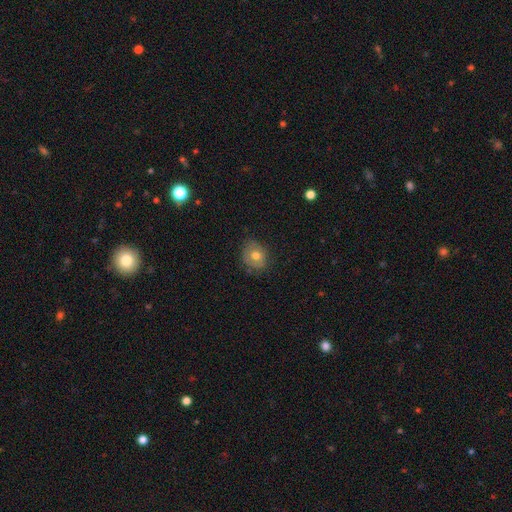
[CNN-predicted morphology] A smooth galaxy with no disk features (69%) that is round (63%).

Vote fractions:
- Smooth or featured? smooth: 69% / featured or disk: 22% / star or artifact: 9%
- How rounded? round: 63% / in between: 36% / cigar-shaped: 1%
- Merging? none: 69% / minor disturbance: 24% / major disturbance: 6% / merger: 1%